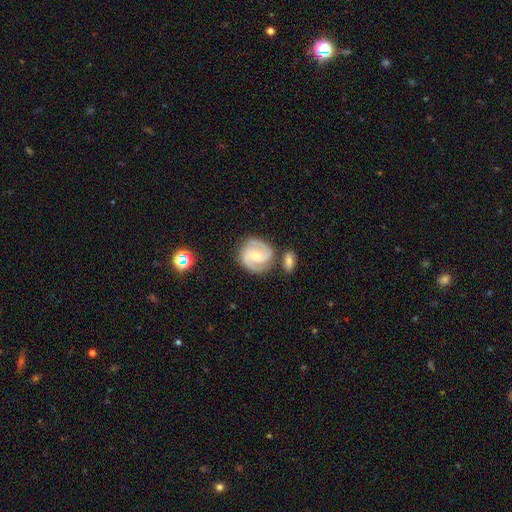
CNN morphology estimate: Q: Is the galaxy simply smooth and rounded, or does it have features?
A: featured or disk — 85%.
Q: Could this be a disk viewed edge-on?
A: no — 98%.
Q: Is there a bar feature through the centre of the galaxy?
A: no — 53%.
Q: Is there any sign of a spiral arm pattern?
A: yes — 97%.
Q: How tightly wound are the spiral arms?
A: tight — 48%.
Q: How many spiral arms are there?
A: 2 — 79%.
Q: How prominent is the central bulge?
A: small — 53%.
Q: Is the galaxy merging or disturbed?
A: none — 71%.